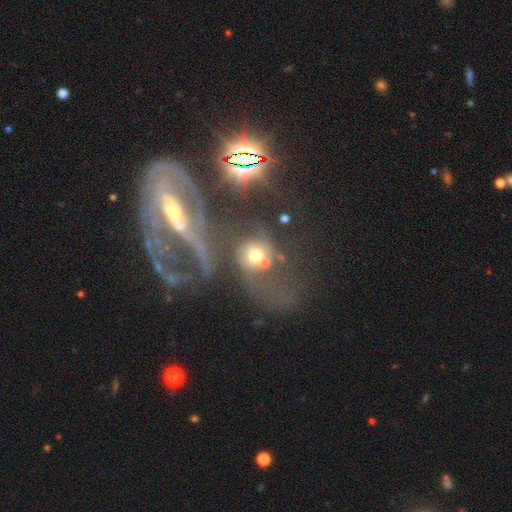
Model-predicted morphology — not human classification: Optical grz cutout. It shows a featured or disk galaxy (43%). Merging: merger (42%).